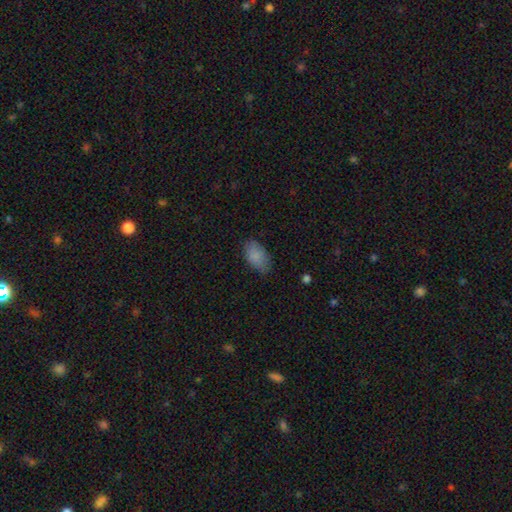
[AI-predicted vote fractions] The model was most divided on "merging": none: 76%, minor disturbance: 19%, major disturbance: 4%, merger: 1%. More confident: how rounded — in between (93%); smooth or featured — smooth (86%).